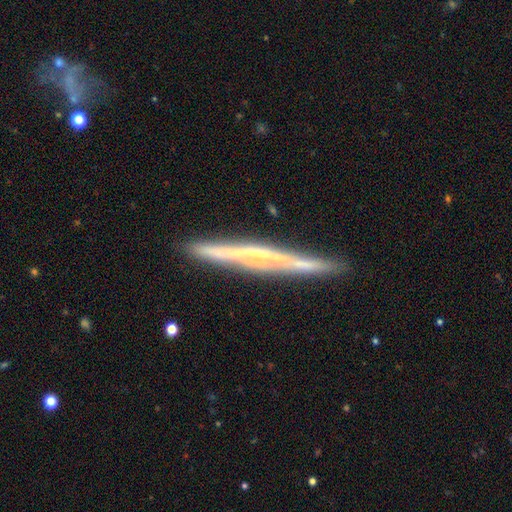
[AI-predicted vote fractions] Smooth or featured?
  - featured or disk: 75% *
  - smooth: 19%
  - star or artifact: 6%
Edge-on disk?
  - yes: 97% *
  - no: 3%
Edge-on bulge?
  - none: 52% *
  - rounded: 37%
  - boxy: 12%
Merging?
  - none: 87% *
  - minor disturbance: 9%
  - merger: 2%
  - major disturbance: 2%